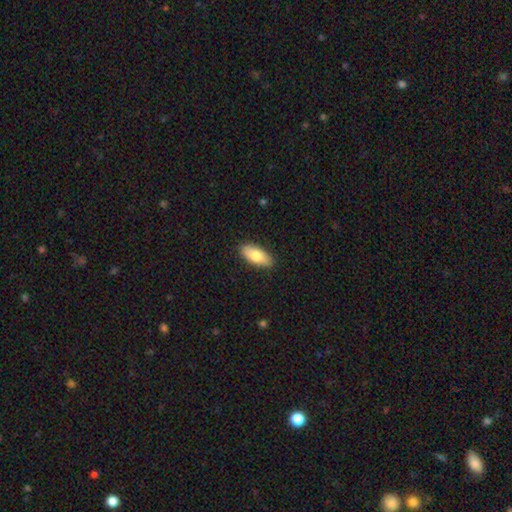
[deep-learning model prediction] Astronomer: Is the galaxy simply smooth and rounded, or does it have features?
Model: smooth — 79%.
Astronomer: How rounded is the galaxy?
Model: in between — 86%.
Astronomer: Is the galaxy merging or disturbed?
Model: none — 88%.